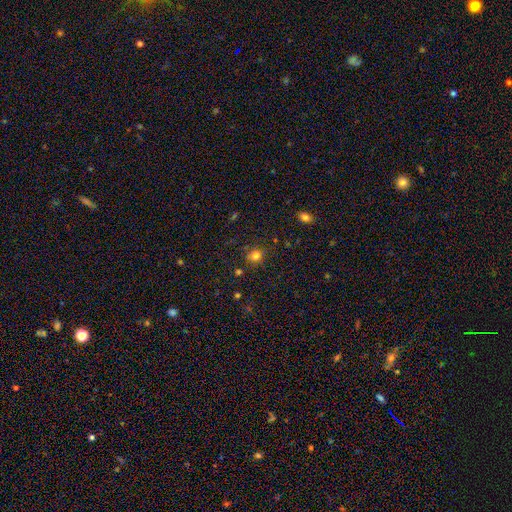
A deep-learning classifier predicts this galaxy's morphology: Overall: smooth (78%). How rounded: round (85%). Merging: none (81%).